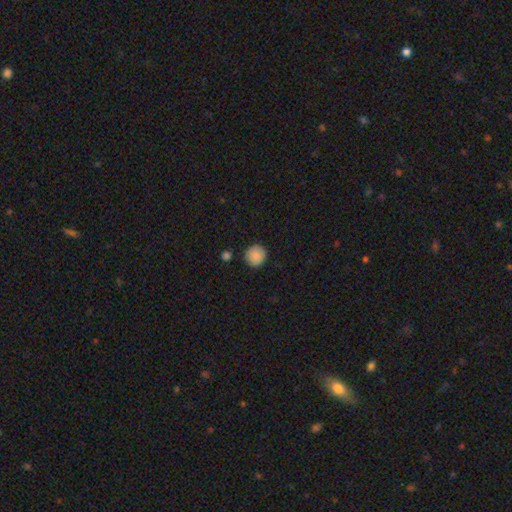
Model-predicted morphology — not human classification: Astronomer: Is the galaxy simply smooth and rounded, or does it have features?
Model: smooth — 88%.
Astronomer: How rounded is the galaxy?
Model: round — 93%.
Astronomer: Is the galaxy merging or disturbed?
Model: none — 86%.